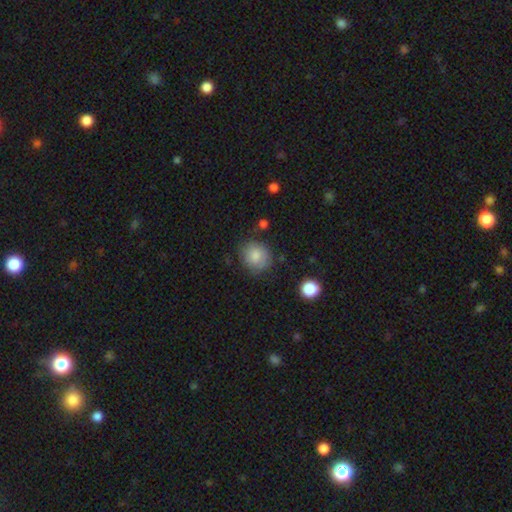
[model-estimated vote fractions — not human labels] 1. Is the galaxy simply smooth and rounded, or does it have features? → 82% smooth, 10% featured or disk, 8% star or artifact.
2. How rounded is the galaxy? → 79% round, 20% in between, 1% cigar-shaped.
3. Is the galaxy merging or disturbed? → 76% none, 17% minor disturbance, 5% major disturbance, 2% merger.